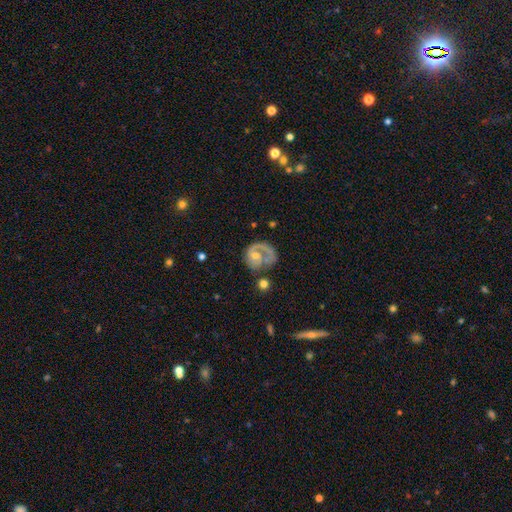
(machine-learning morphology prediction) type=featured or disk (66%); edge-on=no (97%); bar=no (78%); spiral arms=yes (68%); bulge=small (43%); merging=none (45%).